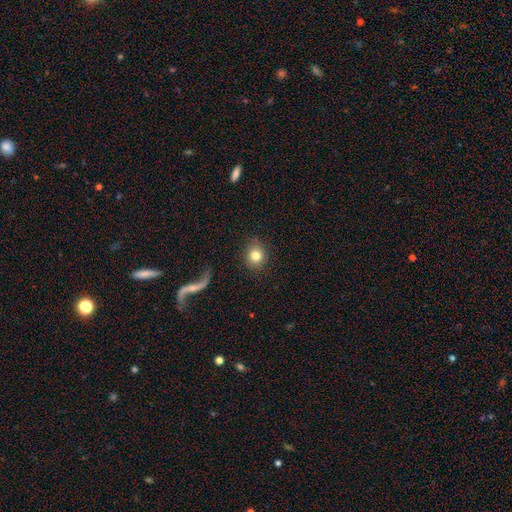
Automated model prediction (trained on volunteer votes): Smooth or featured: smooth — 79% (featured or disk — 11%)
How rounded: round — 78% (in between — 21%)
Merging: none — 83% (minor disturbance — 10%)